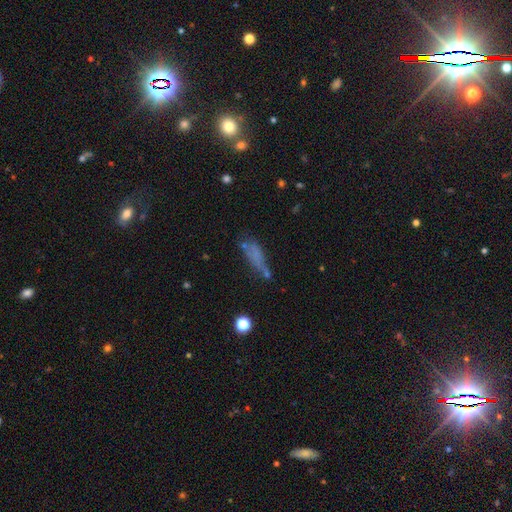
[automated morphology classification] The model was most divided on "how rounded": cigar-shaped: 57%, in between: 39%, round: 4%. Remaining: smooth or featured — smooth (53%); merging — none (43%).